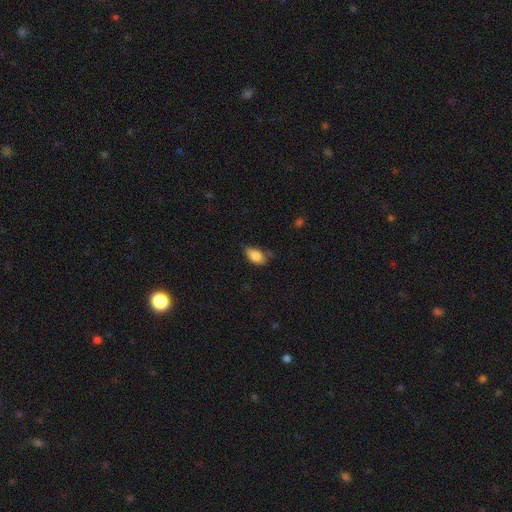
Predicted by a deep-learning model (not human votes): Q: Smooth or featured?
A: smooth (83%); runner-up: featured or disk (10%)
Q: How rounded?
A: in between (91%); runner-up: round (6%)
Q: Merging?
A: none (61%); runner-up: minor disturbance (30%)